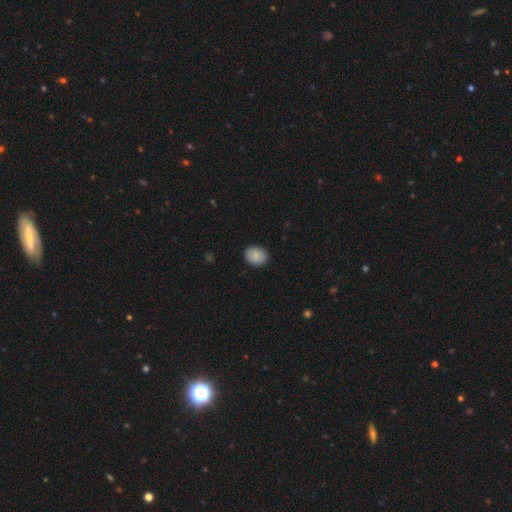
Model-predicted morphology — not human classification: Smooth or featured: smooth — 87% (star or artifact — 7%)
How rounded: in between — 52% (round — 47%)
Merging: none — 89% (minor disturbance — 8%)